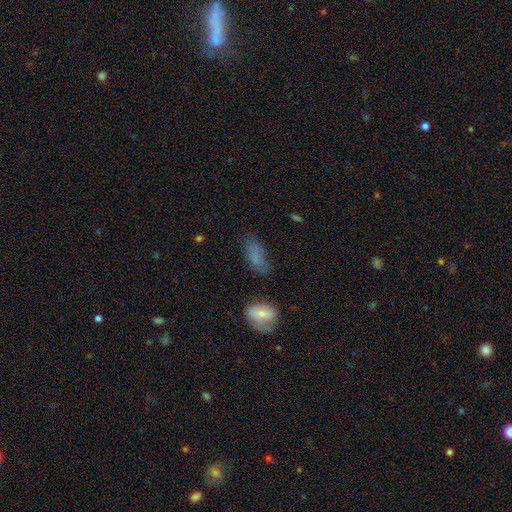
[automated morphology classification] A smooth galaxy with no disk features (75%) that is in between round and cigar-shaped (87%).

Vote fractions:
- Smooth or featured? smooth: 75% / featured or disk: 14% / star or artifact: 11%
- How rounded? in between: 87% / cigar-shaped: 8% / round: 4%
- Merging? none: 62% / minor disturbance: 23% / major disturbance: 10% / merger: 5%